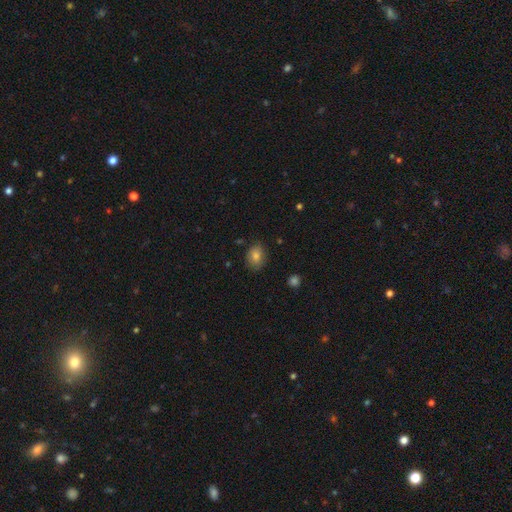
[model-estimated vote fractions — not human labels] Q: Smooth or featured?
A: smooth (81%); runner-up: star or artifact (10%)
Q: How rounded?
A: in between (70%); runner-up: round (29%)
Q: Merging?
A: none (81%); runner-up: minor disturbance (15%)